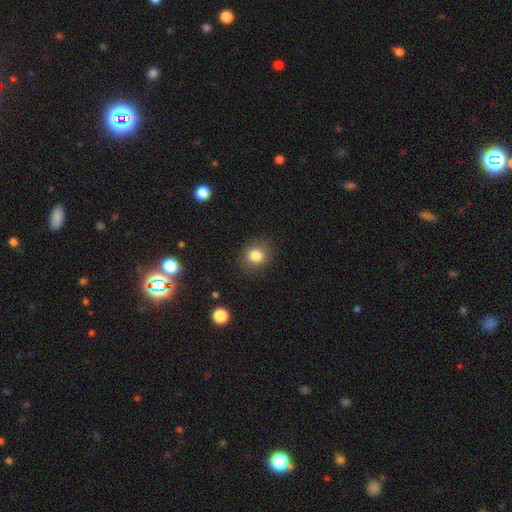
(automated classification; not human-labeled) Smooth or featured: smooth — 83% (star or artifact — 11%)
How rounded: round — 70% (in between — 29%)
Merging: none — 86% (minor disturbance — 9%)